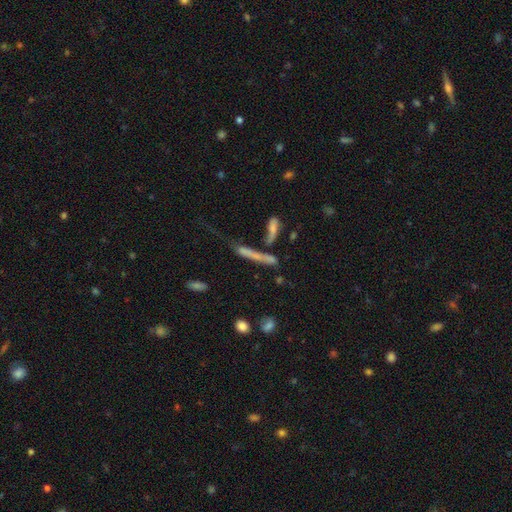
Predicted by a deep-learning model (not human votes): Overall: smooth (44%; featured or disk 36%). Merging: merger (36%; none 33%).